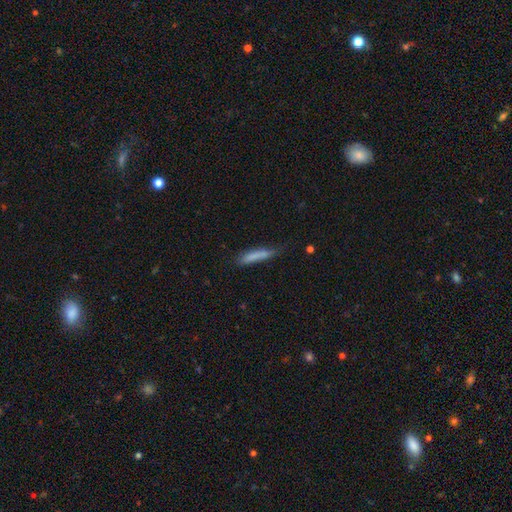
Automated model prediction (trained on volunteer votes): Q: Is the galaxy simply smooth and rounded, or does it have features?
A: smooth — 79%.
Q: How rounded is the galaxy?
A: cigar-shaped — 88%.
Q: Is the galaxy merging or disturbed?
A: none — 63%.